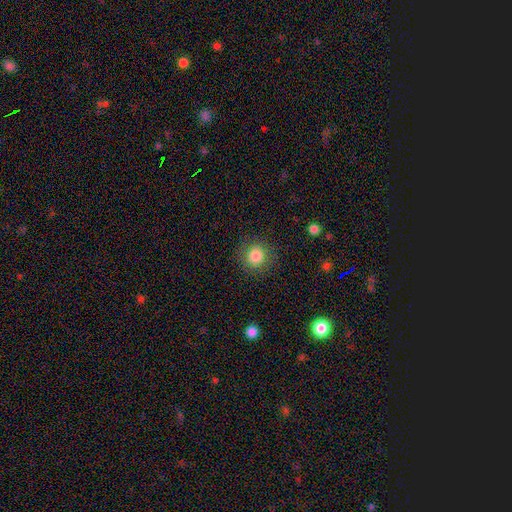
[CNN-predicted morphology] Overall: smooth (84%). How rounded: round (92%). Merging: none (88%).